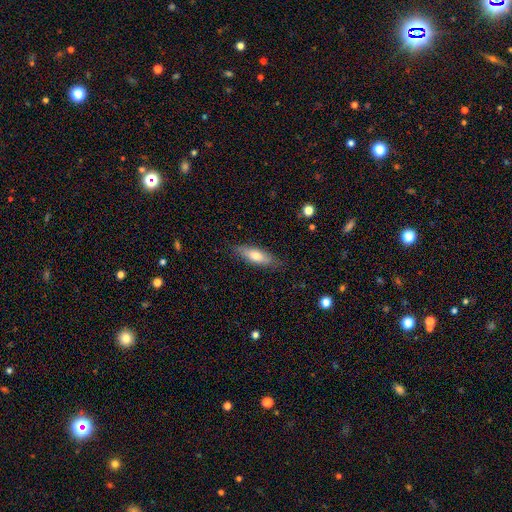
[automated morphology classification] Smooth or featured? smooth (68%)
How rounded? in between (54%)
Merging? none (81%)